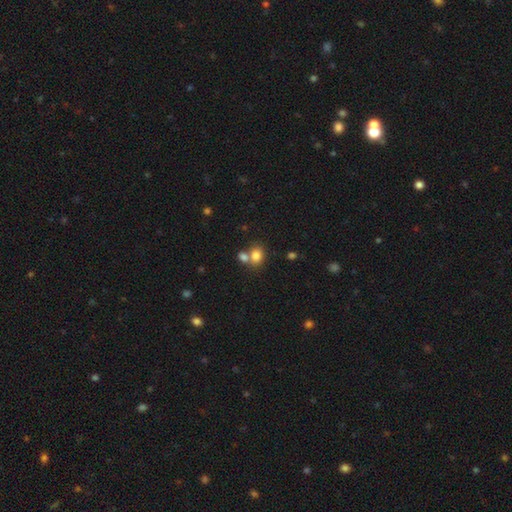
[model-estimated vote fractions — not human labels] The model was most divided on "how rounded": in between: 50%, round: 49%, cigar-shaped: 1%. Remaining: smooth or featured — smooth (81%); merging — none (47%).